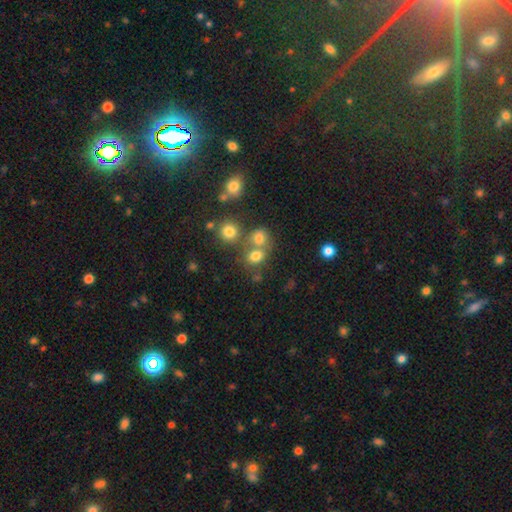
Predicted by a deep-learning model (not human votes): Morphology: type=smooth (73%); roundness=round (63%); merging=none (49%).